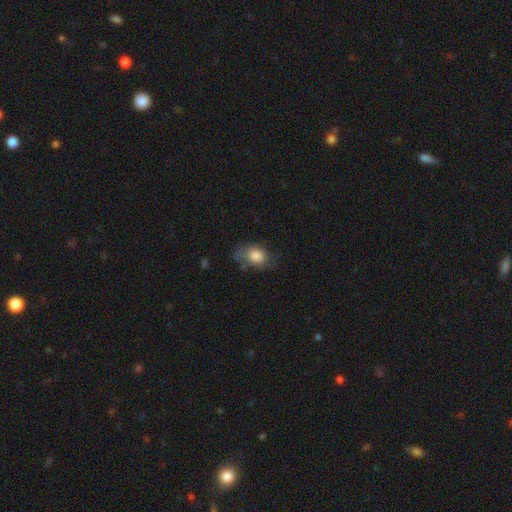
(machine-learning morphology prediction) Smooth or featured: smooth — 81% (featured or disk — 11%)
How rounded: in between — 75% (round — 24%)
Merging: none — 51% (minor disturbance — 32%)